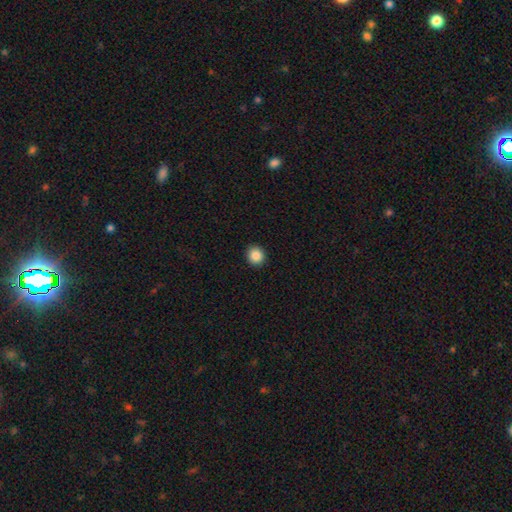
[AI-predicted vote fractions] Smooth or featured? Predicted: smooth (p=0.88). How rounded? Predicted: round (p=0.87). Merging? Predicted: none (p=0.92).